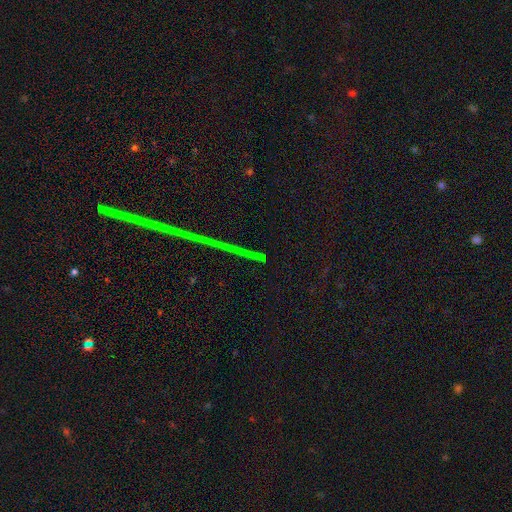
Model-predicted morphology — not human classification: Smooth or featured? Predicted: star or artifact (p=0.85).